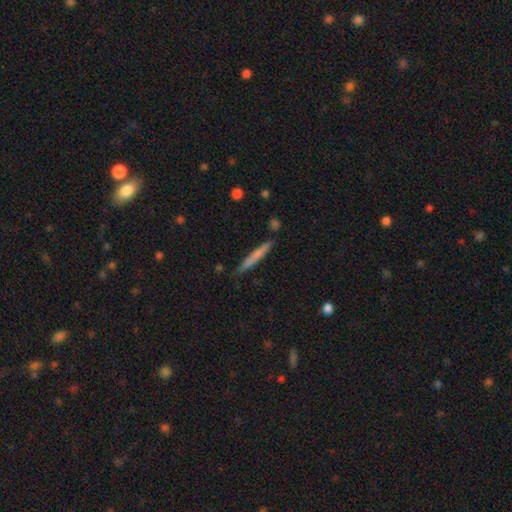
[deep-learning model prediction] Smooth or featured? smooth (62%)
How rounded? cigar-shaped (96%)
Merging? none (83%)